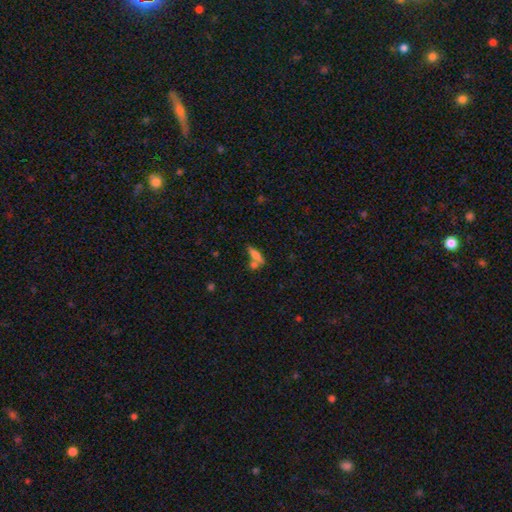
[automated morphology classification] Overall: smooth (70%). How rounded: in between (57%; cigar-shaped 39%). Merging: merger (46%; none 37%).